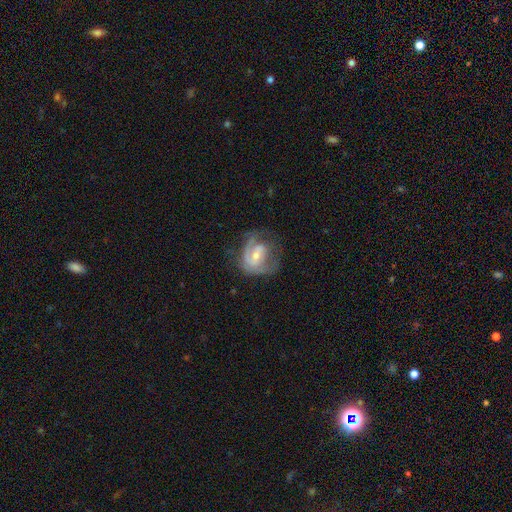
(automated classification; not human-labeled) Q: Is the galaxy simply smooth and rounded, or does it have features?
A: featured or disk — 75%.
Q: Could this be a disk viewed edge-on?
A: no — 97%.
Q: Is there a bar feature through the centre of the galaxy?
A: weak — 46%.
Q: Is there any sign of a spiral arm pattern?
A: yes — 86%.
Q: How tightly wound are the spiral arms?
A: tight — 42%.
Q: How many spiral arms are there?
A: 2 — 43%.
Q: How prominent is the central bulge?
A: small — 49%.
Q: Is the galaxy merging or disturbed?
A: none — 49%.